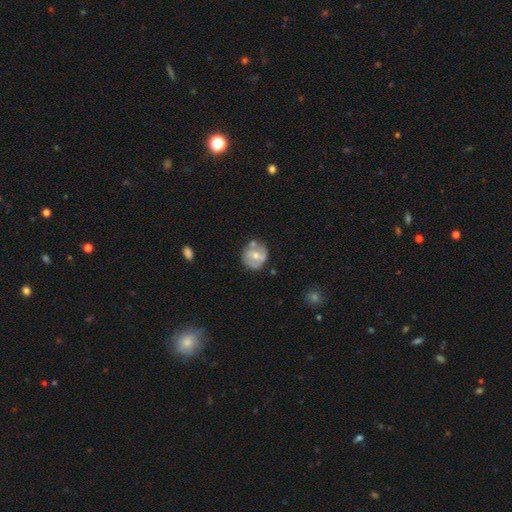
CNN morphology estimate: Smooth or featured: featured or disk — 52% (smooth — 41%)
Edge-on disk: no — 96% (yes — 4%)
Merging: none — 62% (minor disturbance — 20%)